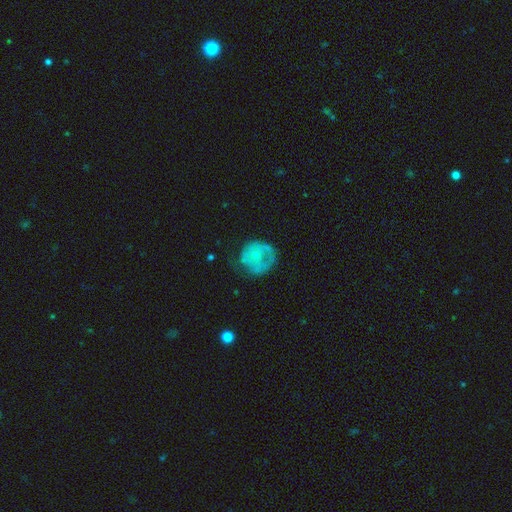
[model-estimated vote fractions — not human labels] Smooth or featured? Predicted: featured or disk (p=0.50). Merging? Predicted: none (p=0.42).